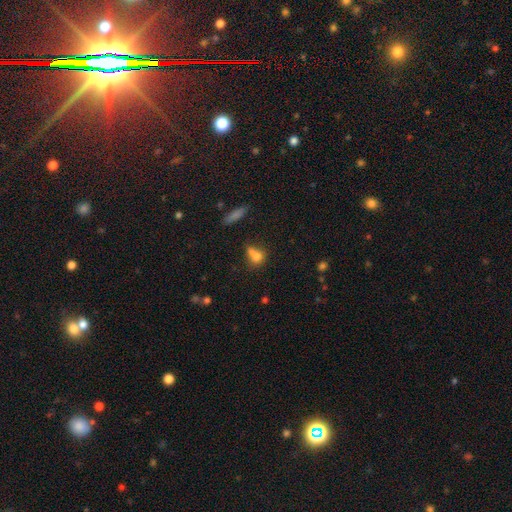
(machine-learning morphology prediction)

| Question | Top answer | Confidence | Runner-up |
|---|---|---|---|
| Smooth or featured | smooth | 74% | featured or disk (14%) |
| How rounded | round | 62% | in between (35%) |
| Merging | merger | 50% | none (33%) |